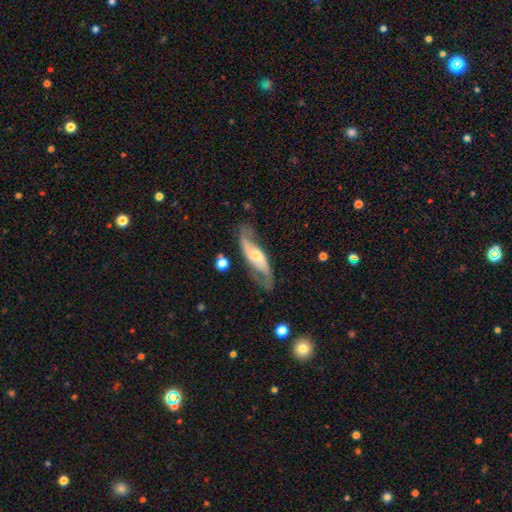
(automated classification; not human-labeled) smooth_or_featured: featured or disk (p=0.77) [alt: smooth p=0.17]
disk_edge_on: no (p=0.83) [alt: yes p=0.17]
bar: no (p=0.48) [alt: weak p=0.35]
has_spiral_arms: yes (p=0.92) [alt: no p=0.08]
spiral_winding: loose (p=0.49) [alt: medium p=0.38]
spiral_arm_count: 2 (p=0.88) [alt: can't tell p=0.07]
bulge_size: moderate (p=0.47) [alt: small p=0.34]
merging: none (p=0.72) [alt: minor disturbance p=0.17]